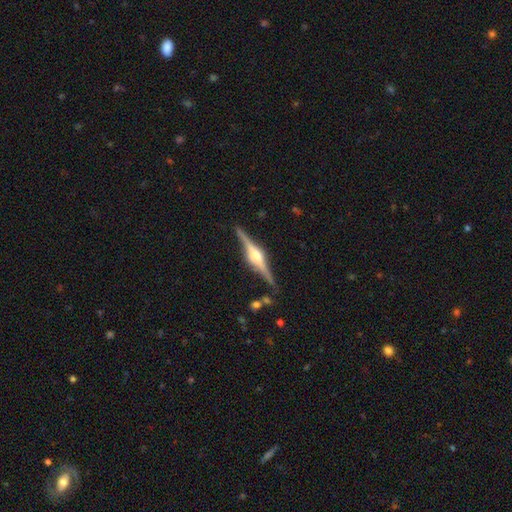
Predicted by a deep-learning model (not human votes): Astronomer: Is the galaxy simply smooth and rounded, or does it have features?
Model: featured or disk — 86%.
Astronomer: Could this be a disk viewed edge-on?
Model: yes — 98%.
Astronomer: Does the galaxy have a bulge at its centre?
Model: rounded — 87%.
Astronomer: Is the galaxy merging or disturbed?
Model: none — 88%.